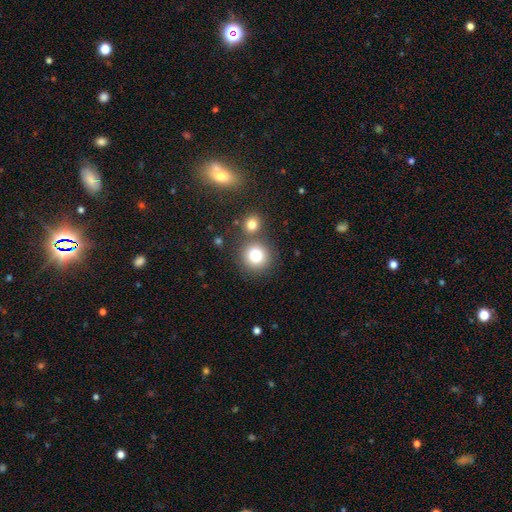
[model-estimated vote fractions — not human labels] Smooth or featured? smooth (82%)
How rounded? round (90%)
Merging? none (70%)